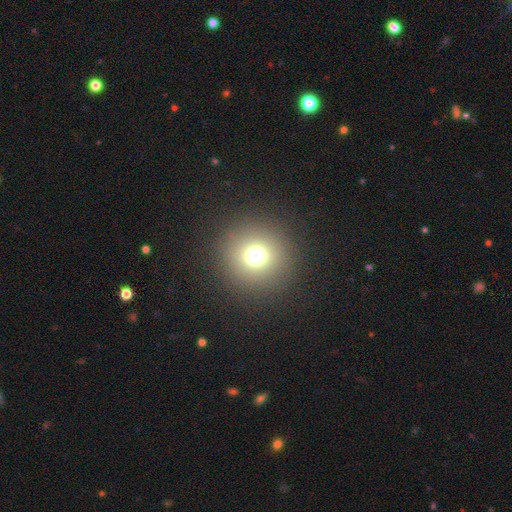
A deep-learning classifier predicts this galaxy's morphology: A smooth galaxy with no disk features (69%) that is round (95%). Merging: none (89%).